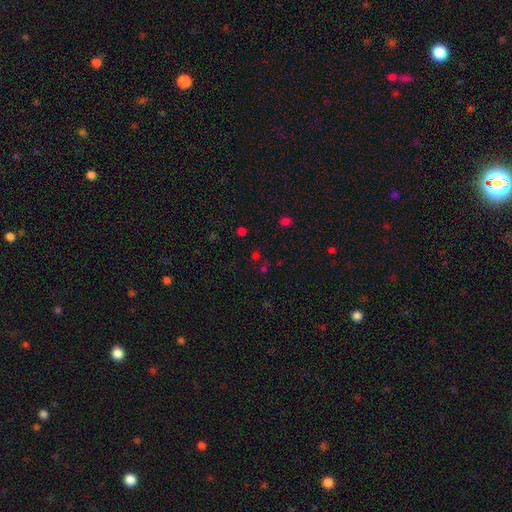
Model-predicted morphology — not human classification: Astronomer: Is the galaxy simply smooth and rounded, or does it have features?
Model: star or artifact — 48% (runner-up: smooth, 45%).